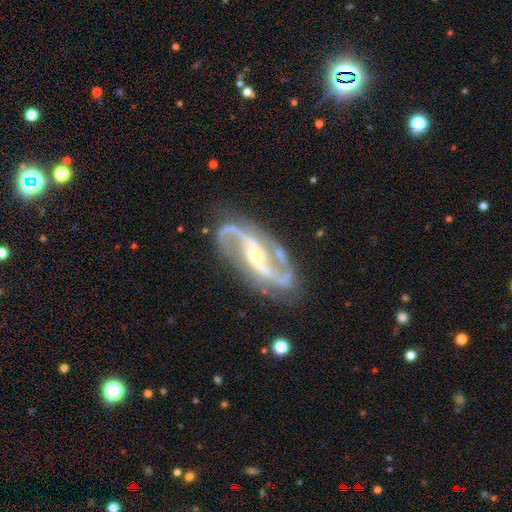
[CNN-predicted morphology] This appears to be a featured or disk galaxy (93%) with a strong bar (35%), 2 (94%) medium (48%) spiral arms (98%) and a small central bulge (58%). Merging: none (77%).